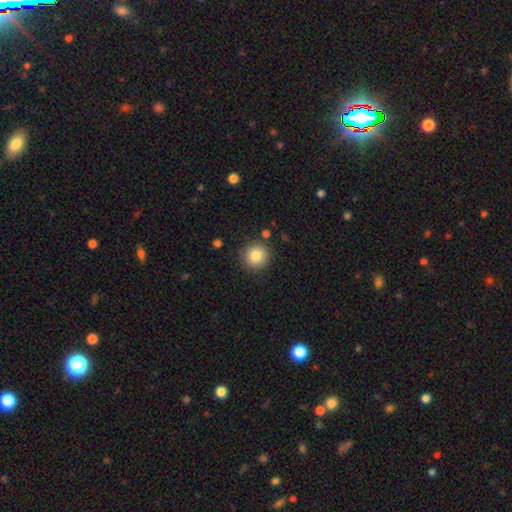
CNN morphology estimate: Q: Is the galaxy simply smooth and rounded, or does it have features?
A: smooth — 84%.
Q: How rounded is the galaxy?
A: round — 93%.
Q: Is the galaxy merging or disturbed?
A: none — 88%.